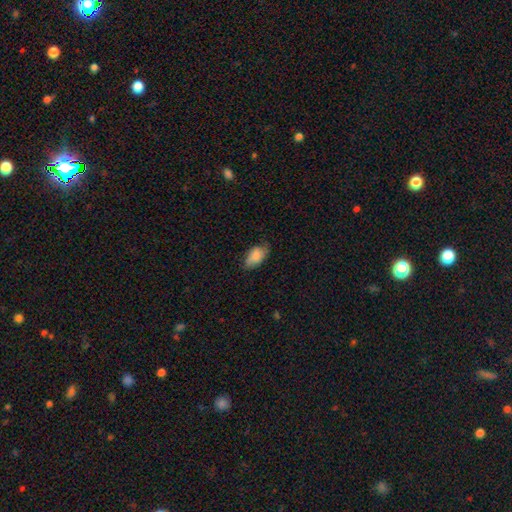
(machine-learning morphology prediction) Q: Smooth or featured?
A: smooth (81%); runner-up: featured or disk (12%)
Q: How rounded?
A: in between (93%); runner-up: round (4%)
Q: Merging?
A: none (69%); runner-up: minor disturbance (25%)